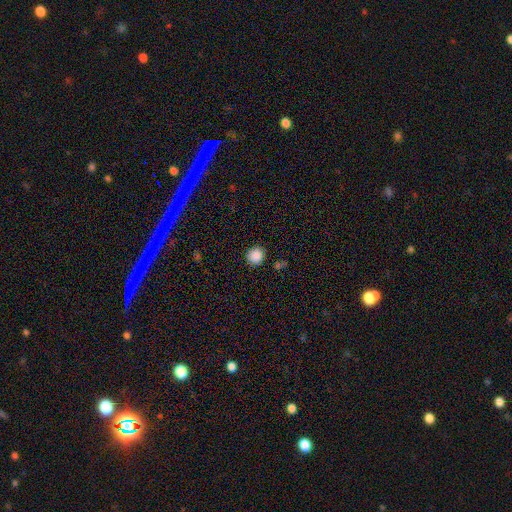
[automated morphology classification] type=smooth (87%); roundness=round (89%); merging=none (87%).